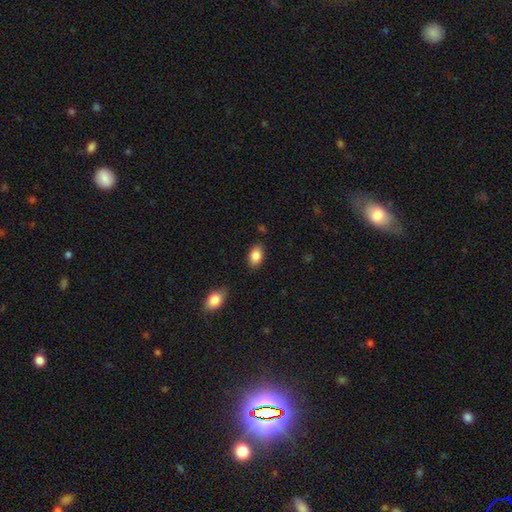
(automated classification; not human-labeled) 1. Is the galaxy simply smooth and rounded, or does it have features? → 87% smooth, 8% star or artifact, 6% featured or disk.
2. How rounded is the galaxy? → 89% in between, 10% round, 2% cigar-shaped.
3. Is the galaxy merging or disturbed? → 84% none, 11% minor disturbance, 3% major disturbance, 2% merger.